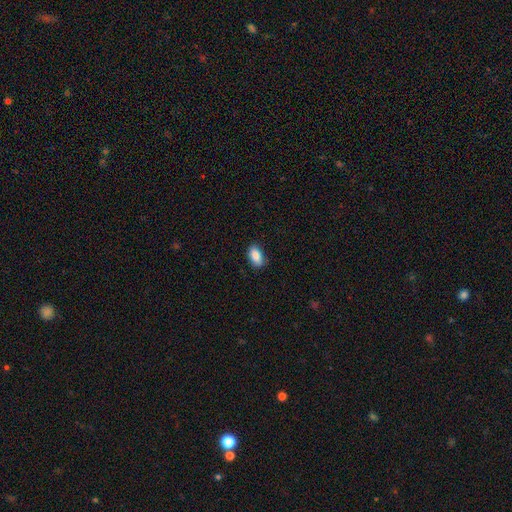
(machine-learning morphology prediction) This appears to be a smooth galaxy with no disk features (88%) that is in between round and cigar-shaped (92%). Merging: none (85%).